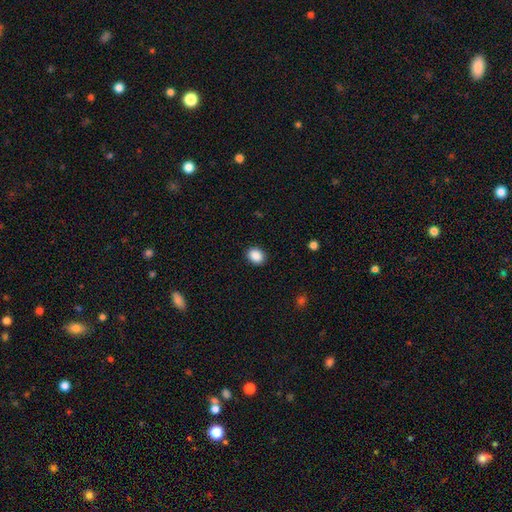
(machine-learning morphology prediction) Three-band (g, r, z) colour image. It shows a smooth galaxy with no disk features (89%) that is round (51%). Merging: none (90%).